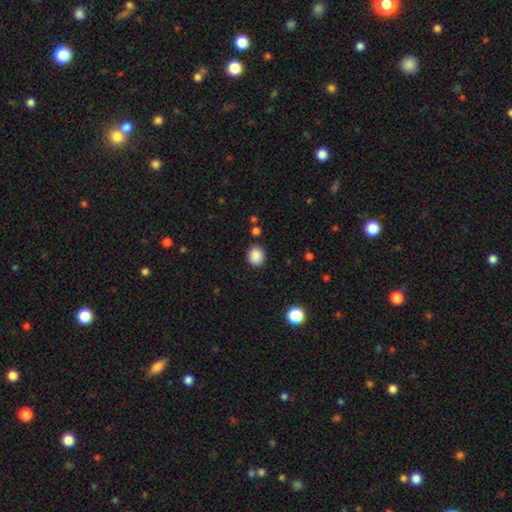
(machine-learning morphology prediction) The model was most divided on "how rounded": round: 71%, in between: 28%, cigar-shaped: 1%. More confident: smooth or featured — smooth (88%); merging — none (86%).